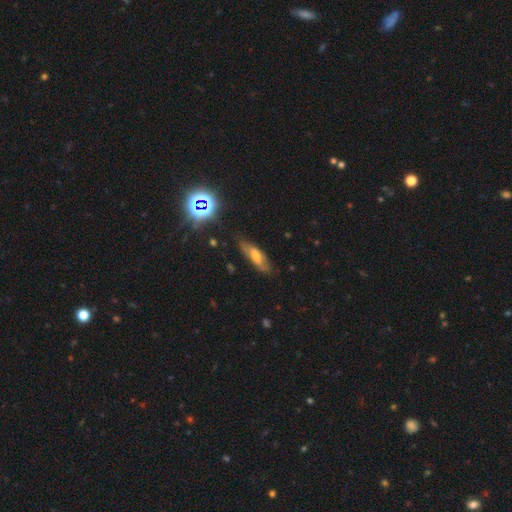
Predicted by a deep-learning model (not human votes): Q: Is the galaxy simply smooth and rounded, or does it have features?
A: smooth — 50%.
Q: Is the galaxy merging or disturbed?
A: none — 72%.